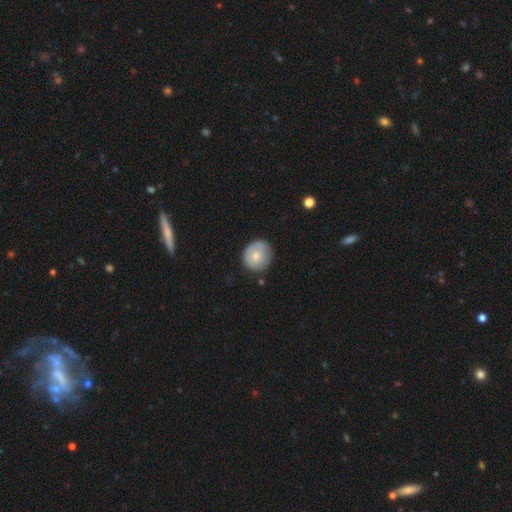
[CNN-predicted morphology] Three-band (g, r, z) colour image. It shows a smooth galaxy with no disk features (74%) that is round (88%). Merging: none (75%).